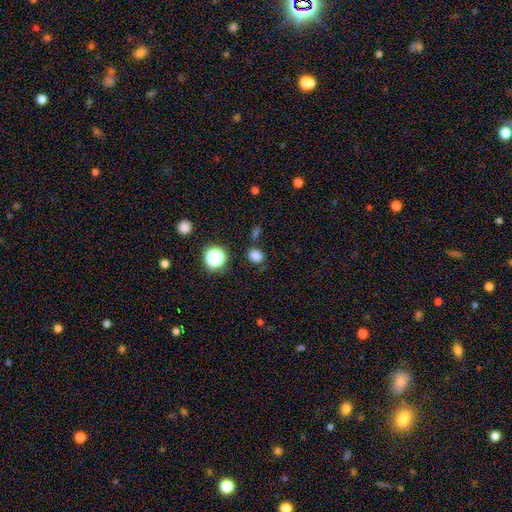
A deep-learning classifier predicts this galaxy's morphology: This is likely a smooth galaxy (78%). How rounded: possibly round (53%). Merging: likely none (79%).